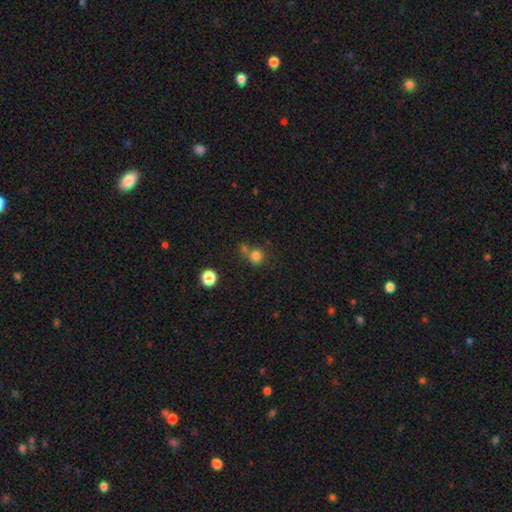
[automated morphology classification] A smooth galaxy with no disk features (79%) that is round (90%).

Vote fractions:
- Smooth or featured? smooth: 79% / star or artifact: 14% / featured or disk: 7%
- How rounded? round: 90% / in between: 9% / cigar-shaped: 1%
- Merging? none: 60% / merger: 27% / minor disturbance: 9% / major disturbance: 4%